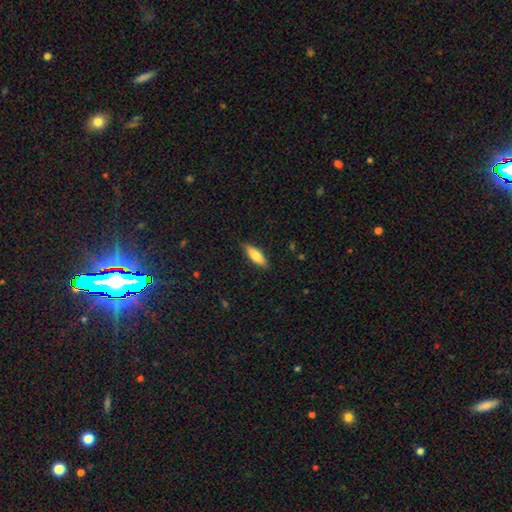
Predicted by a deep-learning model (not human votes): A smooth galaxy with no disk features (76%) that is in between round and cigar-shaped (56%).

Vote fractions:
- Smooth or featured? smooth: 76% / featured or disk: 18% / star or artifact: 6%
- How rounded? in between: 56% / cigar-shaped: 42% / round: 2%
- Merging? none: 82% / minor disturbance: 14% / major disturbance: 2% / merger: 1%